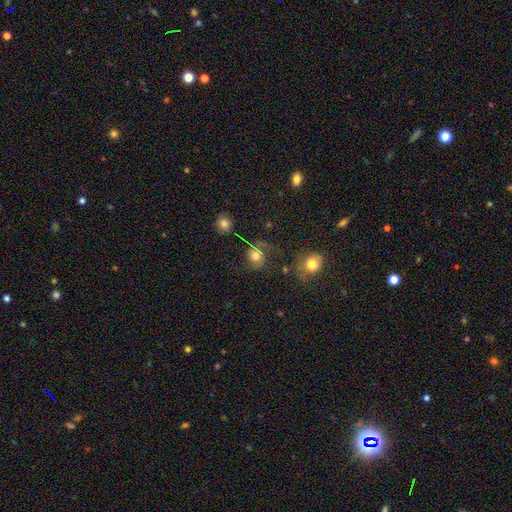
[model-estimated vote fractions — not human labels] smooth_or_featured: smooth (p=0.57) [alt: featured or disk p=0.28]
how_rounded: round (p=0.79) [alt: in between p=0.20]
merging: none (p=0.58) [alt: minor disturbance p=0.20]